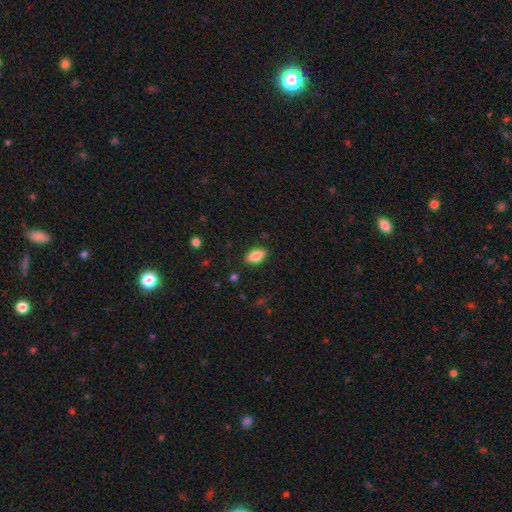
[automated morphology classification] This appears to be a smooth galaxy with no disk features (86%) that is in between round and cigar-shaped (91%). Merging: none (86%).